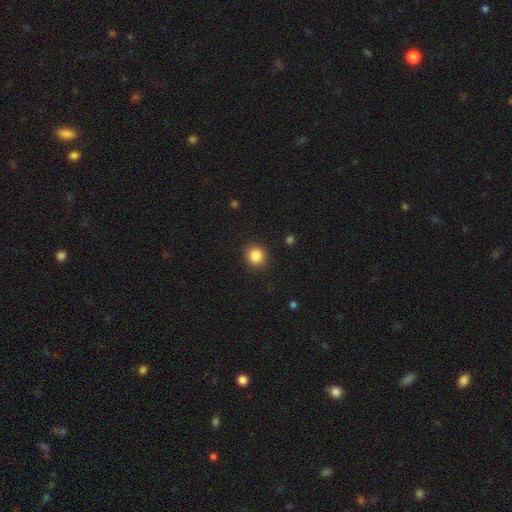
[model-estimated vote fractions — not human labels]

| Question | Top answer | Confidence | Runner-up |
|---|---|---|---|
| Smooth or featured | smooth | 86% | star or artifact (10%) |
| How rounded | round | 87% | in between (12%) |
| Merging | none | 91% | minor disturbance (6%) |